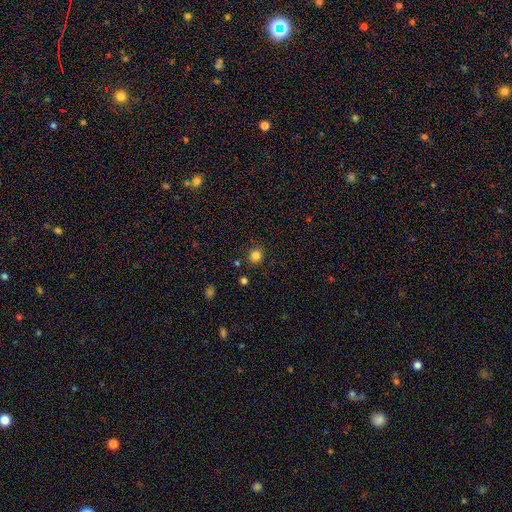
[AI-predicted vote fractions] smooth 82%, star or artifact 13%, featured or disk 5%. Down the decision tree: how rounded — round (86%); merging — none (88%).